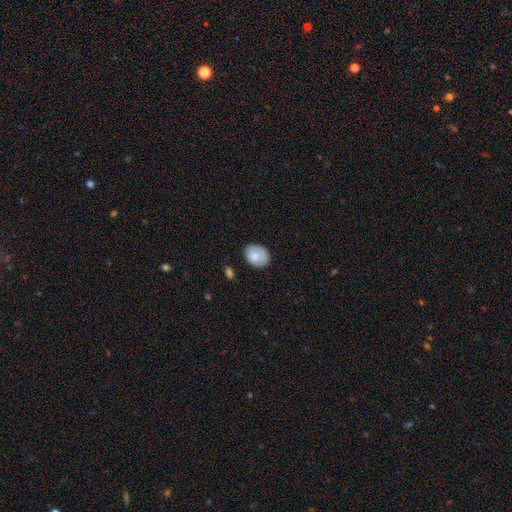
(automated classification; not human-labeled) Smooth or featured? smooth (83%)
How rounded? in between (65%)
Merging? none (78%)